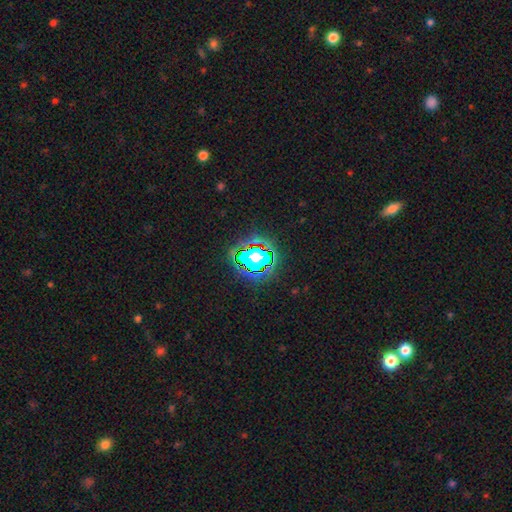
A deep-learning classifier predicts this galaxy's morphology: This is likely a star or artifact rather than a galaxy (63%).